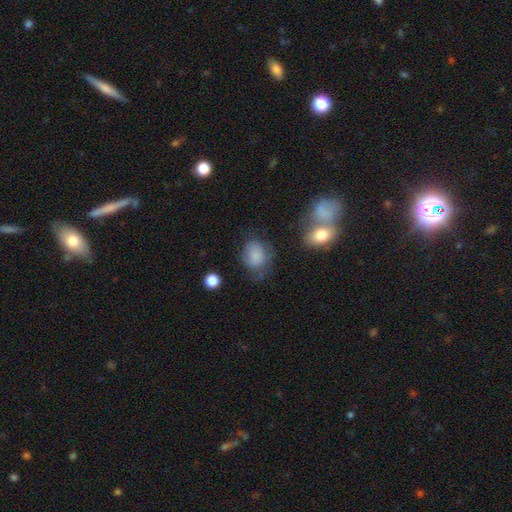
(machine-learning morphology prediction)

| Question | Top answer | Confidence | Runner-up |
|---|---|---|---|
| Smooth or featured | smooth | 80% | featured or disk (11%) |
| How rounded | round | 50% | in between (49%) |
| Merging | none | 52% | minor disturbance (28%) |